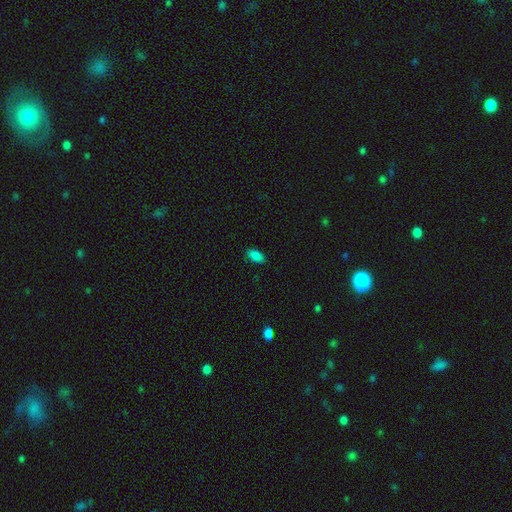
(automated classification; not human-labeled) Smooth or featured? smooth (86%)
How rounded? in between (92%)
Merging? none (86%)